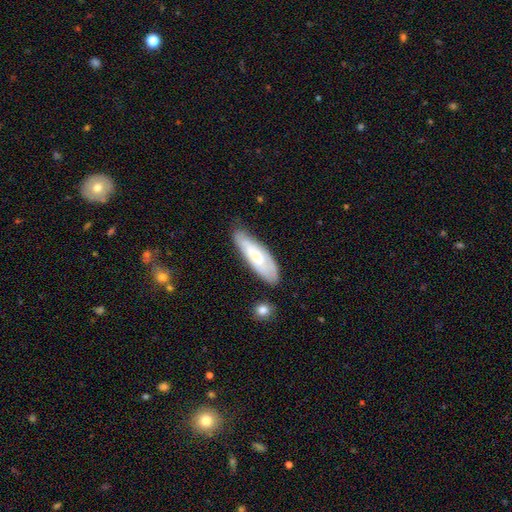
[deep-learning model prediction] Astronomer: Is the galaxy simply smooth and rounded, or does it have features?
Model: smooth — 57% (runner-up: featured or disk, 35%).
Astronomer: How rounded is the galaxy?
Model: cigar-shaped — 53% (runner-up: in between, 45%).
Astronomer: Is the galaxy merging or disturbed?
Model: none — 68%.